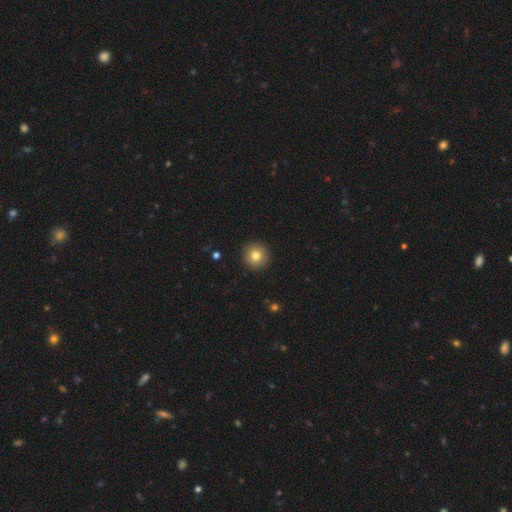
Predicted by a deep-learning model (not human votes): A smooth galaxy with no disk features (80%) that is round (94%). Merging: none (92%).